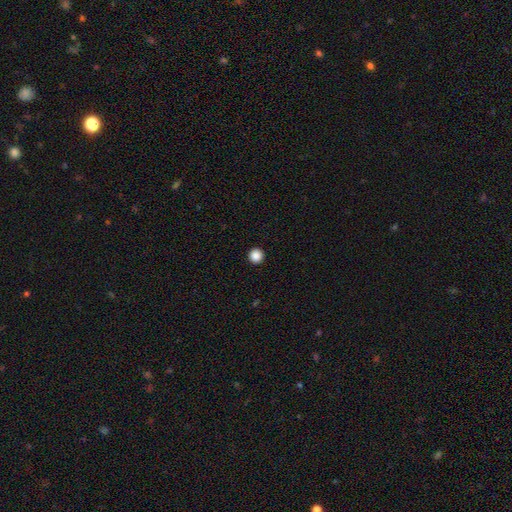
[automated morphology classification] Q: Smooth or featured?
A: smooth (88%); runner-up: star or artifact (10%)
Q: How rounded?
A: round (96%); runner-up: in between (3%)
Q: Merging?
A: none (94%); runner-up: minor disturbance (3%)